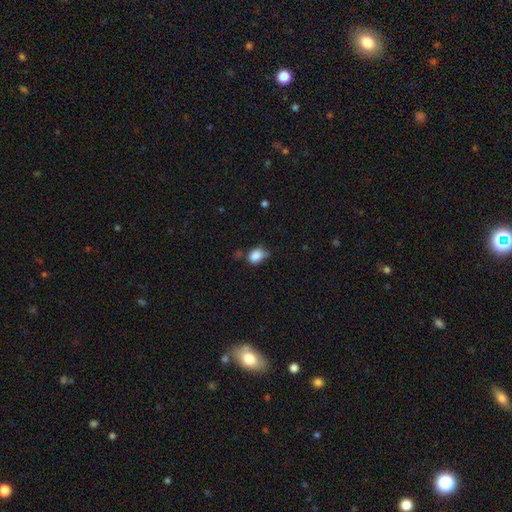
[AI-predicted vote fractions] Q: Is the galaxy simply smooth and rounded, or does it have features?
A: smooth — 84%.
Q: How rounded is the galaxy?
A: in between — 67%.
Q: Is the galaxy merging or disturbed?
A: minor disturbance — 41%.